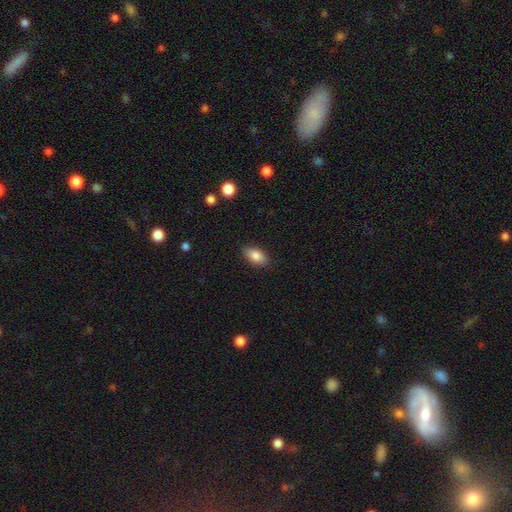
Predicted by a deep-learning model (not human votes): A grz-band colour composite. It shows a smooth galaxy with no disk features (83%) that is in between round and cigar-shaped (88%). Merging: none (85%).